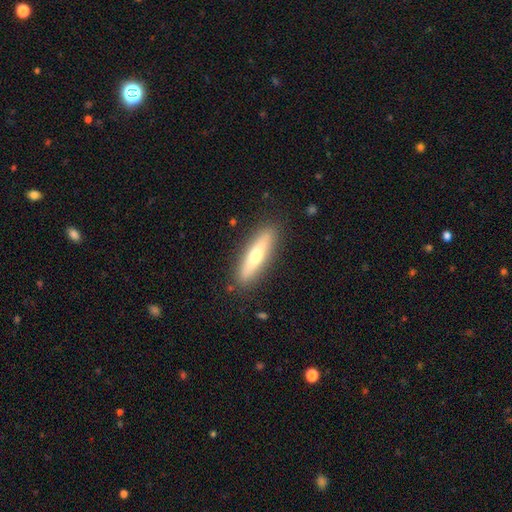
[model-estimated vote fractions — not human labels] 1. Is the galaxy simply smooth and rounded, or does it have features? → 55% smooth, 39% featured or disk, 6% star or artifact.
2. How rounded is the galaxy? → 73% cigar-shaped, 26% in between, 2% round.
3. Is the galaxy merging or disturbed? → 88% none, 9% minor disturbance, 2% major disturbance, 1% merger.